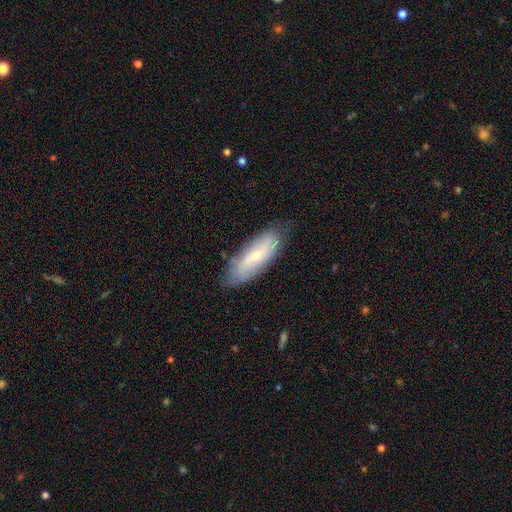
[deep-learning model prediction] smooth_or_featured: featured or disk (p=0.47) [alt: smooth p=0.46]
merging: none (p=0.77) [alt: minor disturbance p=0.18]